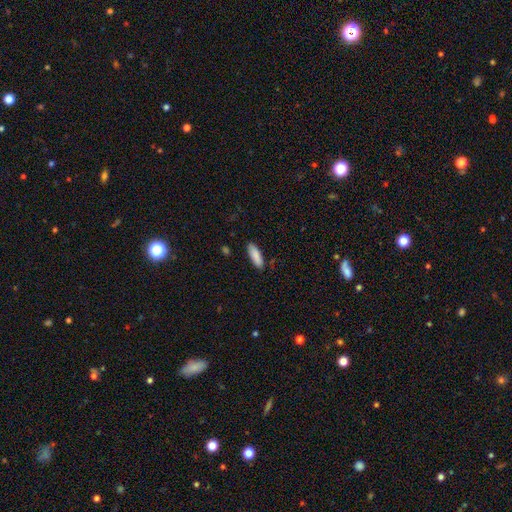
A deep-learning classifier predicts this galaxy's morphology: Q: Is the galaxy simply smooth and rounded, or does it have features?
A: smooth — 88%.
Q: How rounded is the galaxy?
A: in between — 52%.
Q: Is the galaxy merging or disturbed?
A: none — 85%.